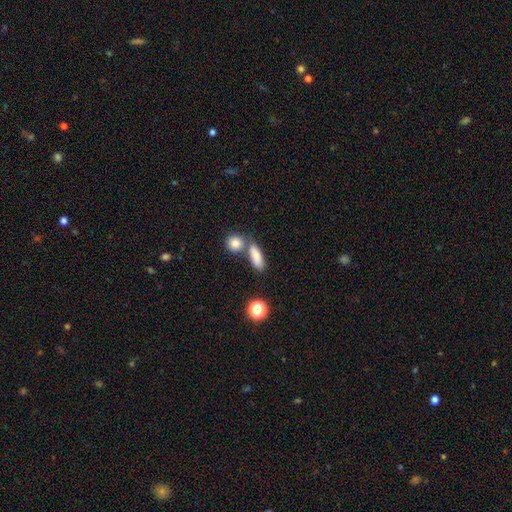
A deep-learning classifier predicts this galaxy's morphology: A smooth galaxy with no disk features (83%) that is in between round and cigar-shaped (66%).

Vote fractions:
- Smooth or featured? smooth: 83% / star or artifact: 9% / featured or disk: 8%
- How rounded? in between: 66% / cigar-shaped: 25% / round: 10%
- Merging? none: 57% / merger: 28% / minor disturbance: 11% / major disturbance: 4%